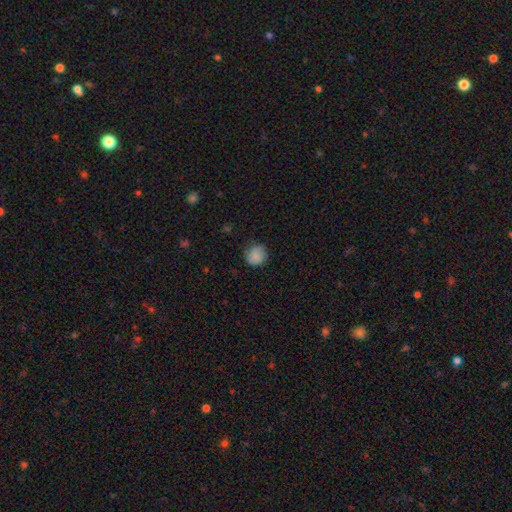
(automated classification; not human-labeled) Overall: smooth (82%). How rounded: round (88%). Merging: none (75%).